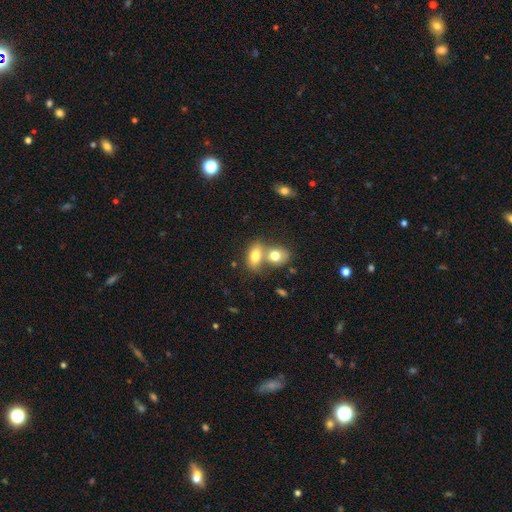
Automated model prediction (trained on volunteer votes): smooth-or-featured: smooth: 77% | featured or disk: 15% | star or artifact: 8%
  how-rounded: in between: 83% | round: 14% | cigar-shaped: 3%
  merging: merger: 56% | none: 32% | minor disturbance: 9% | major disturbance: 4%